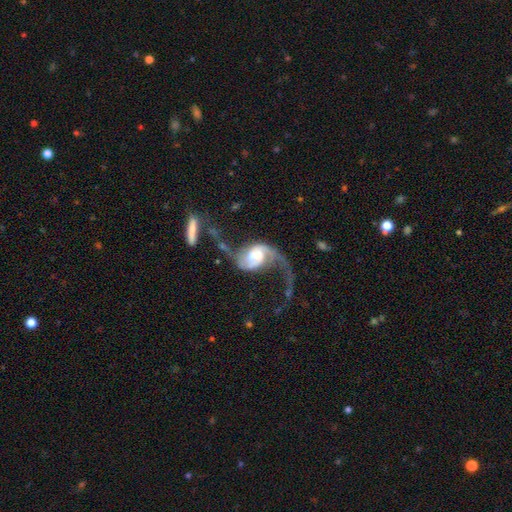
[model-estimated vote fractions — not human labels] This is clearly a featured or disk galaxy (87%). It is clearly not viewed edge-on (97%). Bar: marginally weak (43%). Spiral arm pattern: clearly yes (95%). Spiral arm count: clearly 2 (85%). Spiral winding: likely loose (73%). Central bulge: marginally moderate (44%). Merging: marginally major disturbance (44%).